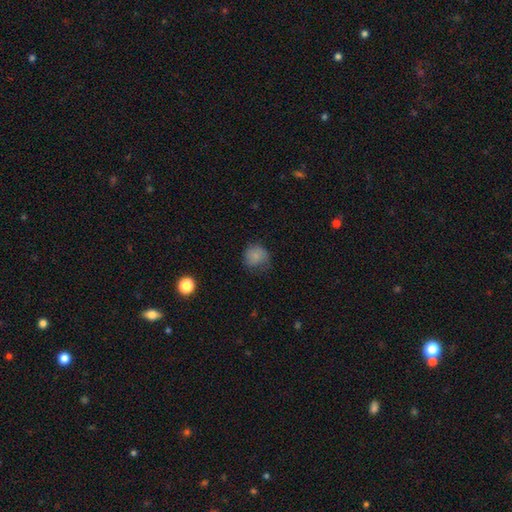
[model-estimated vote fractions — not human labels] This is clearly a smooth galaxy (81%). How rounded: clearly round (82%). Merging: possibly none (59%).